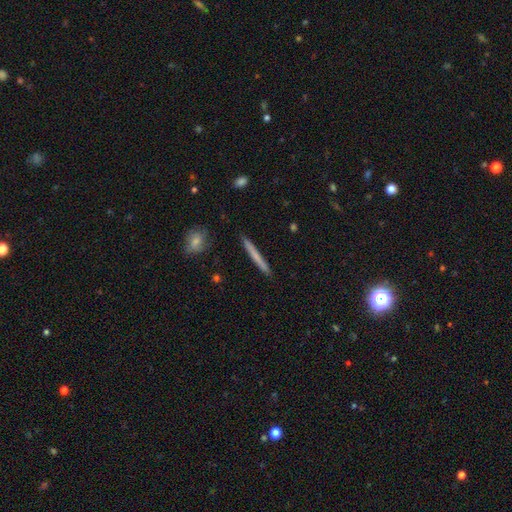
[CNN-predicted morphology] A smooth galaxy with no disk features (61%) that is cigar-shaped (96%).

Vote fractions:
- Smooth or featured? smooth: 61% / featured or disk: 33% / star or artifact: 6%
- How rounded? cigar-shaped: 96% / in between: 2% / round: 2%
- Merging? none: 90% / minor disturbance: 7% / merger: 1% / major disturbance: 1%